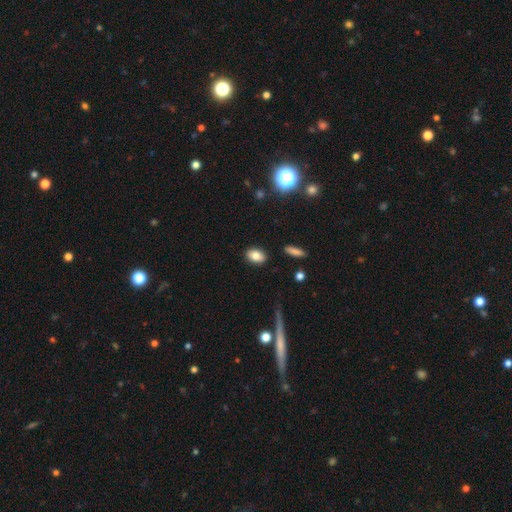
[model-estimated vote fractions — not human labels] Smooth or featured?
  - smooth: 82% *
  - star or artifact: 9%
  - featured or disk: 9%
How rounded?
  - in between: 82% *
  - round: 16%
  - cigar-shaped: 2%
Merging?
  - none: 88% *
  - minor disturbance: 8%
  - major disturbance: 2%
  - merger: 2%